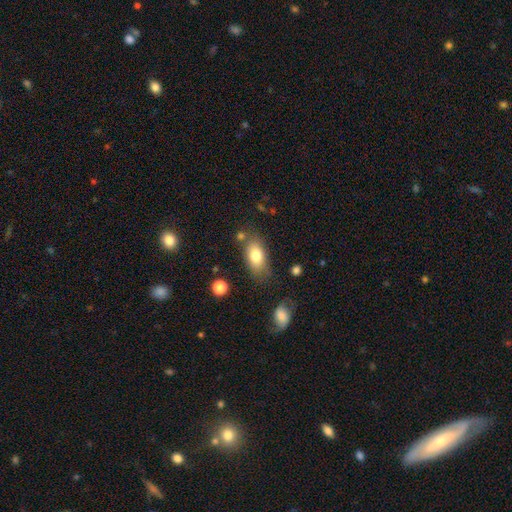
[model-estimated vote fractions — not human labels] smooth 78%, featured or disk 14%, star or artifact 8%. Down the decision tree: how rounded — in between (88%); merging — none (70%).